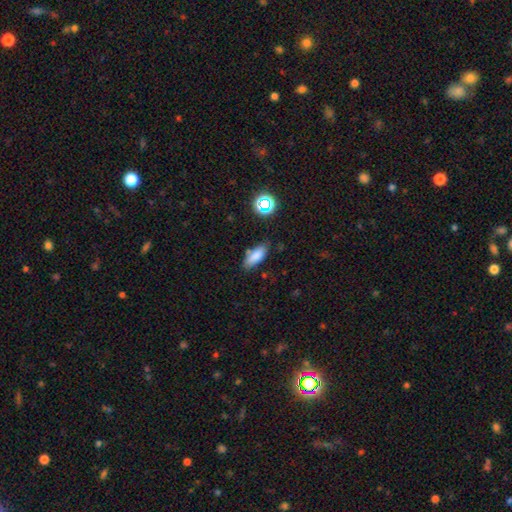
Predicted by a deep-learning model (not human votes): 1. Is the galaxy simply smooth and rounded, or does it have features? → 80% smooth, 11% star or artifact, 8% featured or disk.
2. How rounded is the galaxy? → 74% in between, 22% cigar-shaped, 4% round.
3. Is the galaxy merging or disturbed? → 74% none, 16% minor disturbance, 6% merger, 4% major disturbance.